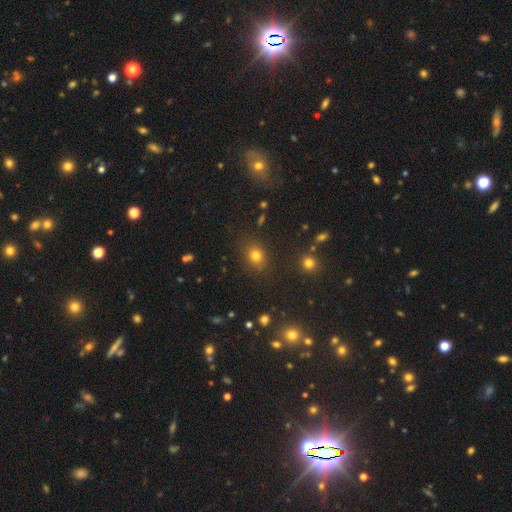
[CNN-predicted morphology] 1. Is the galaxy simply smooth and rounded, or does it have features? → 76% smooth, 17% star or artifact, 7% featured or disk.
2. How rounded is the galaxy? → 61% round, 38% in between, 1% cigar-shaped.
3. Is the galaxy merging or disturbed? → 83% none, 10% minor disturbance, 4% major disturbance, 3% merger.